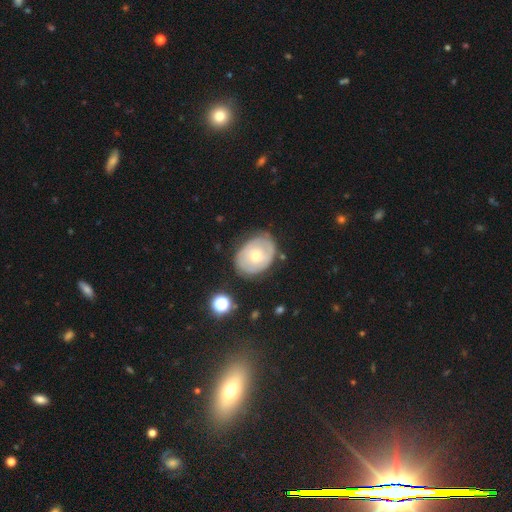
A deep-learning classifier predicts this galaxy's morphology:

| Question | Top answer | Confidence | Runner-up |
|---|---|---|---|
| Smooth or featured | featured or disk | 52% | smooth (41%) |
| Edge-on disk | no | 95% | yes (5%) |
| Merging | none | 73% | minor disturbance (19%) |